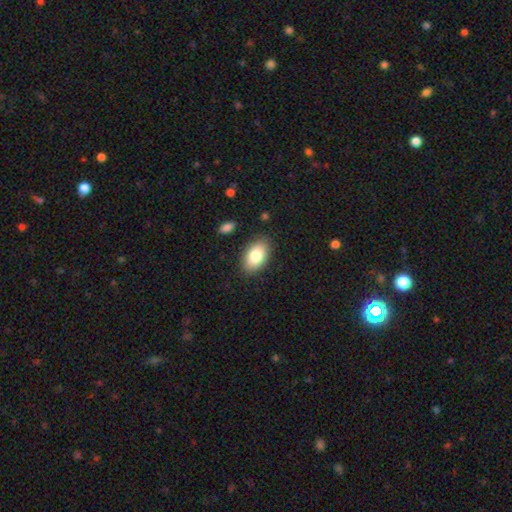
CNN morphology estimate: Q: Smooth or featured?
A: smooth (81%); runner-up: featured or disk (12%)
Q: How rounded?
A: in between (92%); runner-up: round (6%)
Q: Merging?
A: none (86%); runner-up: minor disturbance (10%)